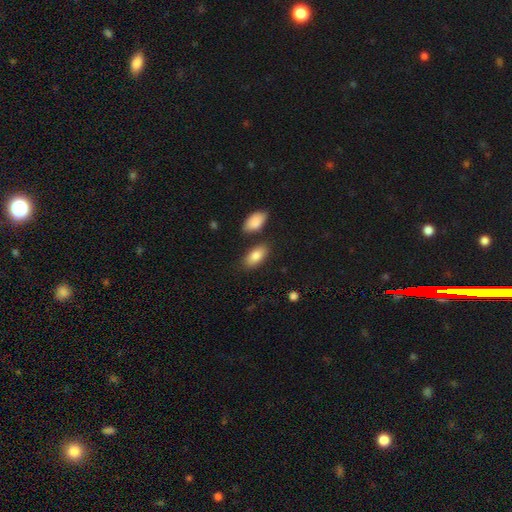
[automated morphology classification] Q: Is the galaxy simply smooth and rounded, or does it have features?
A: smooth — 84%.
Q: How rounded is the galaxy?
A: in between — 92%.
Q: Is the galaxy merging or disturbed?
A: none — 77%.